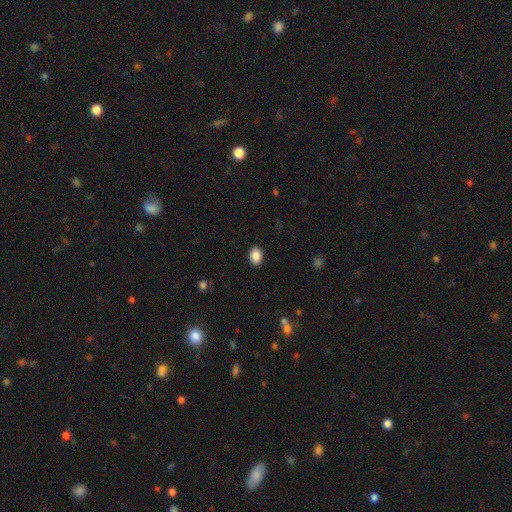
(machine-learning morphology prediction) This appears to be a smooth galaxy with no disk features (88%) that is in between round and cigar-shaped (80%). Merging: none (90%).